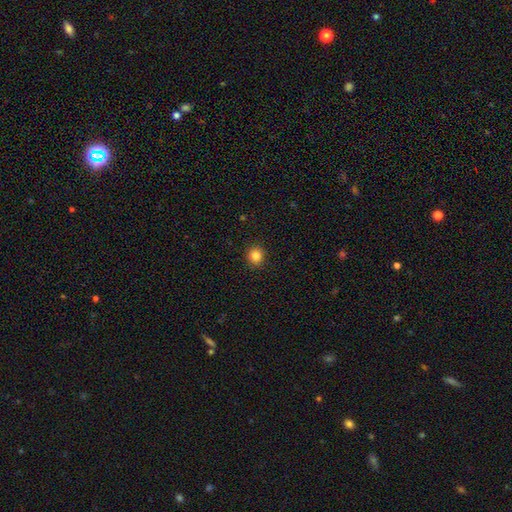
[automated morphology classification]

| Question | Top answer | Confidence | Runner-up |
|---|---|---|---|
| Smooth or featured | smooth | 84% | star or artifact (11%) |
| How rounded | round | 89% | in between (10%) |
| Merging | none | 92% | minor disturbance (6%) |